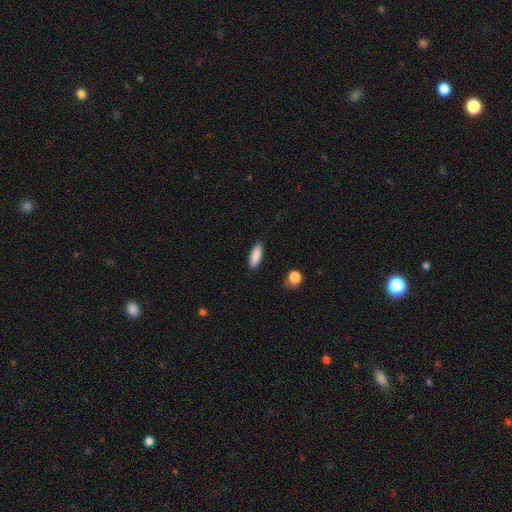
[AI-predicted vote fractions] Q: Smooth or featured?
A: smooth (88%); runner-up: star or artifact (7%)
Q: How rounded?
A: in between (68%); runner-up: cigar-shaped (30%)
Q: Merging?
A: none (87%); runner-up: minor disturbance (9%)